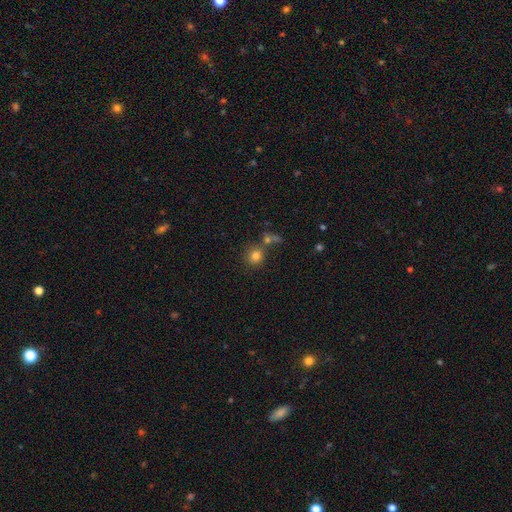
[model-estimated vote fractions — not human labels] Smooth or featured? Predicted: smooth (p=0.80). How rounded? Predicted: round (p=0.86). Merging? Predicted: none (p=0.67).